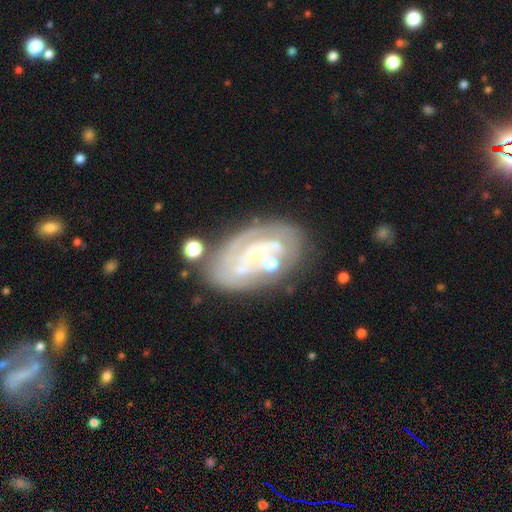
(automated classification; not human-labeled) Smooth or featured: featured or disk — 80% (smooth — 13%)
Edge-on disk: no — 96% (yes — 4%)
Bar: no — 64% (weak — 25%)
Spiral arms: yes — 83% (no — 17%)
Spiral winding: tight — 63% (medium — 27%)
Spiral arm count: 2 — 36% (can't tell — 35%)
Bulge size: small — 71% (moderate — 16%)
Merging: none — 62% (minor disturbance — 19%)